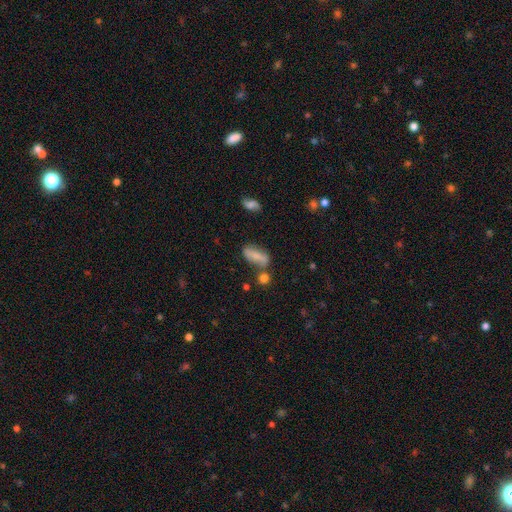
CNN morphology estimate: A smooth galaxy with no disk features (67%) that is in between round and cigar-shaped (75%).

Vote fractions:
- Smooth or featured? smooth: 67% / featured or disk: 24% / star or artifact: 9%
- How rounded? in between: 75% / cigar-shaped: 20% / round: 5%
- Merging? none: 53% / minor disturbance: 21% / merger: 18% / major disturbance: 8%